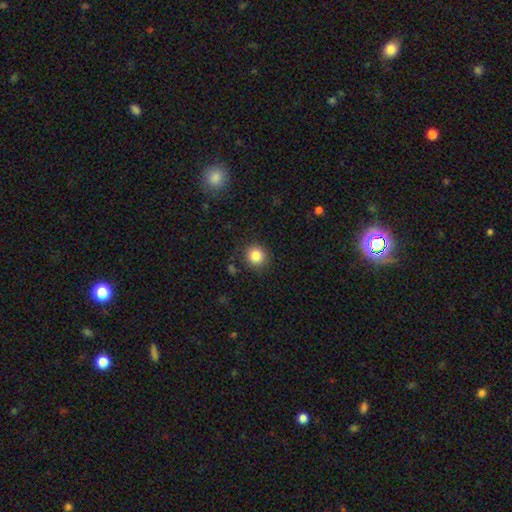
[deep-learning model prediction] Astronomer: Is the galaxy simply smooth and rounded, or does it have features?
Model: smooth — 85%.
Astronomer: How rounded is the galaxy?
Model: round — 93%.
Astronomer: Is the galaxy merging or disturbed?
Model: none — 88%.